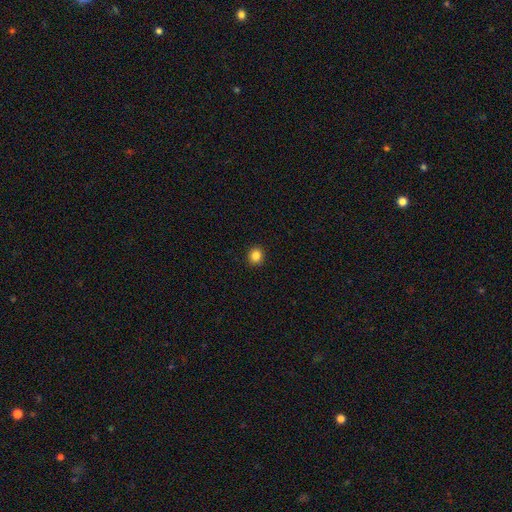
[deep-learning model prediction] This appears to be a smooth galaxy with no disk features (84%) that is round (89%). Merging: none (93%).